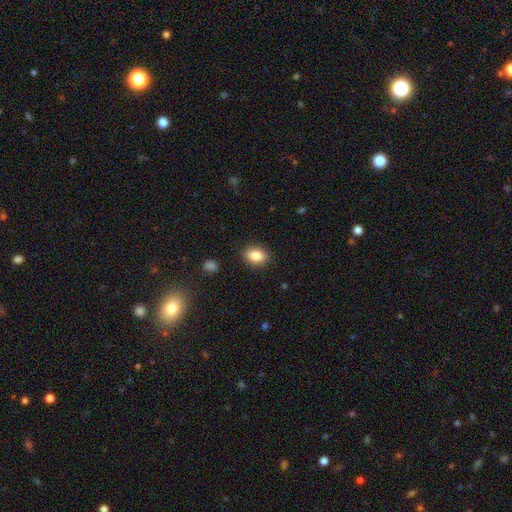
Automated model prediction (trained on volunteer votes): Smooth or featured: smooth — 86% (star or artifact — 8%)
How rounded: in between — 79% (round — 20%)
Merging: none — 88% (minor disturbance — 8%)